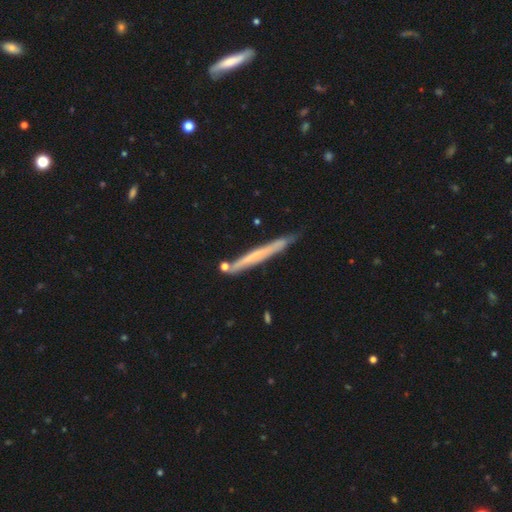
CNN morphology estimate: This is possibly a smooth galaxy (47%, tied with featured or disk). Merging: likely none (78%).